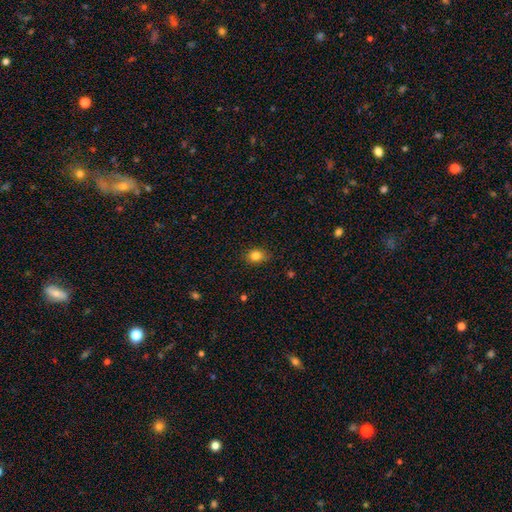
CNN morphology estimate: Smooth or featured? smooth (82%)
How rounded? in between (61%)
Merging? none (82%)